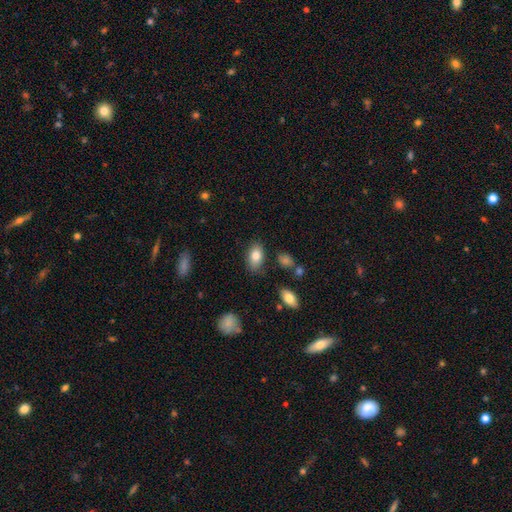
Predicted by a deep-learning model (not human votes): The model was most divided on "merging": none: 81%, minor disturbance: 14%, major disturbance: 3%, merger: 3%. More confident: how rounded — in between (91%); smooth or featured — smooth (82%).